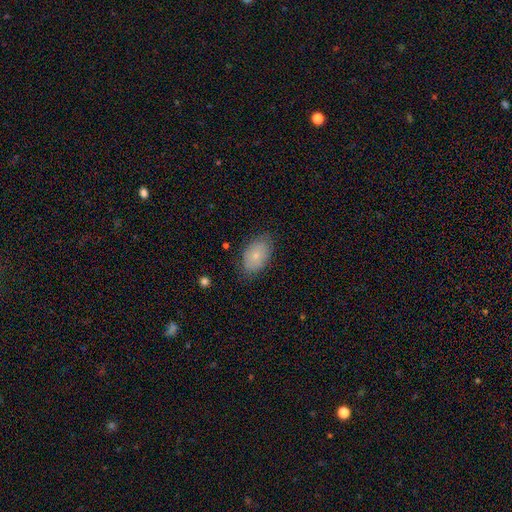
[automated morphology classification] smooth-or-featured: smooth: 71% | featured or disk: 22% | star or artifact: 7%
  how-rounded: in between: 91% | round: 8% | cigar-shaped: 1%
  merging: none: 77% | minor disturbance: 18% | major disturbance: 4% | merger: 1%